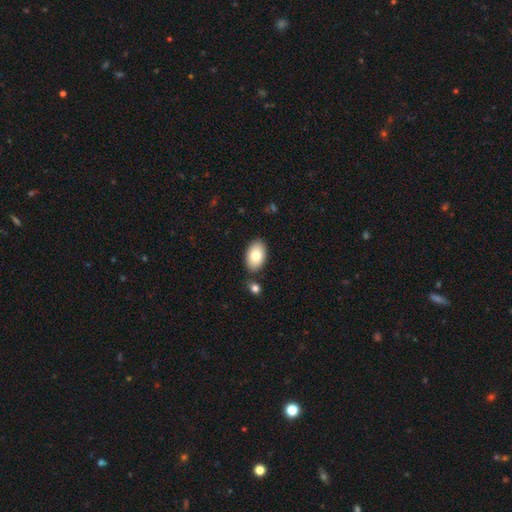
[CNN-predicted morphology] smooth-or-featured: smooth: 82% | featured or disk: 11% | star or artifact: 6%
  how-rounded: in between: 93% | round: 6% | cigar-shaped: 1%
  merging: none: 81% | minor disturbance: 10% | merger: 6% | major disturbance: 2%